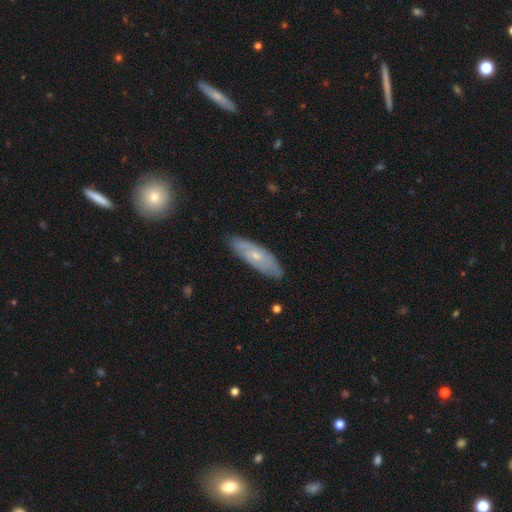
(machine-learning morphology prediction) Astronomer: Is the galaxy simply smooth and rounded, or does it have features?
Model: featured or disk — 53% (runner-up: smooth, 40%).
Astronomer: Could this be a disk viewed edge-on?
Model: no — 72%.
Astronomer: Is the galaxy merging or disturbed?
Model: none — 80%.